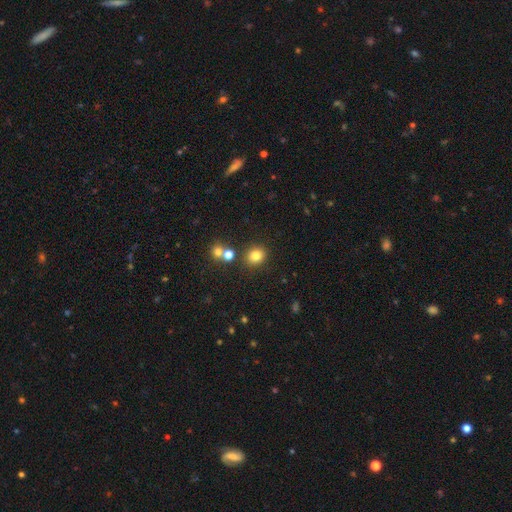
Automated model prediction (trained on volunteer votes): Smooth or featured?
  - smooth: 80% *
  - star or artifact: 14%
  - featured or disk: 7%
How rounded?
  - round: 70% *
  - in between: 30%
  - cigar-shaped: 1%
Merging?
  - none: 80% *
  - minor disturbance: 9%
  - merger: 8%
  - major disturbance: 3%